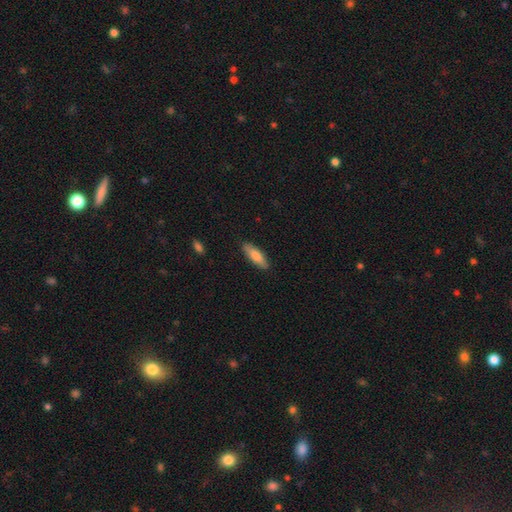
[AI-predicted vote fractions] smooth_or_featured: smooth (p=0.77) [alt: featured or disk p=0.17]
how_rounded: cigar-shaped (p=0.51) [alt: in between p=0.47]
merging: none (p=0.87) [alt: minor disturbance p=0.10]